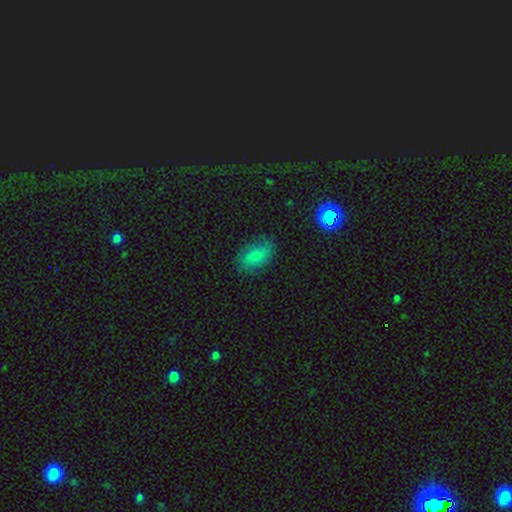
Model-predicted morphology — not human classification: Smooth or featured: smooth — 74% (featured or disk — 15%)
How rounded: in between — 90% (round — 7%)
Merging: none — 76% (minor disturbance — 18%)